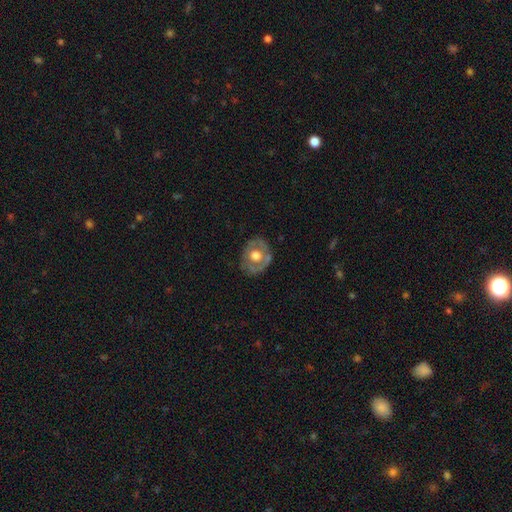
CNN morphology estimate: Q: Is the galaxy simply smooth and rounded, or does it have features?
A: featured or disk — 56%.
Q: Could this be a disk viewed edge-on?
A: no — 94%.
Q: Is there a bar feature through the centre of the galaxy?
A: no — 87%.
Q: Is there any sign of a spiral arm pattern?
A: no — 76%.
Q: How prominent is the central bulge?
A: large — 47%.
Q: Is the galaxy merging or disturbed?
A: none — 72%.